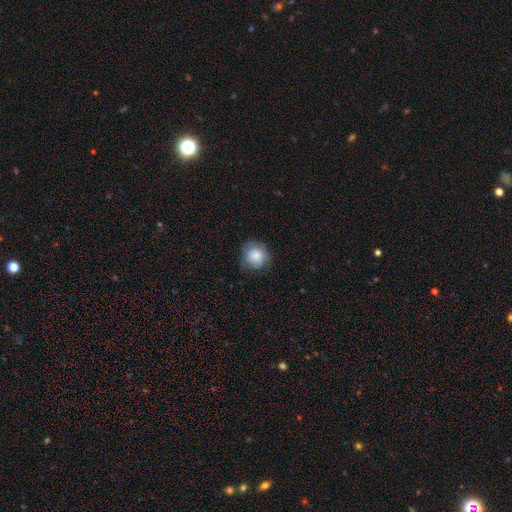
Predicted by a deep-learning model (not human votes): smooth 79%, featured or disk 13%, star or artifact 8%. Down the decision tree: how rounded — round (87%); merging — none (74%).